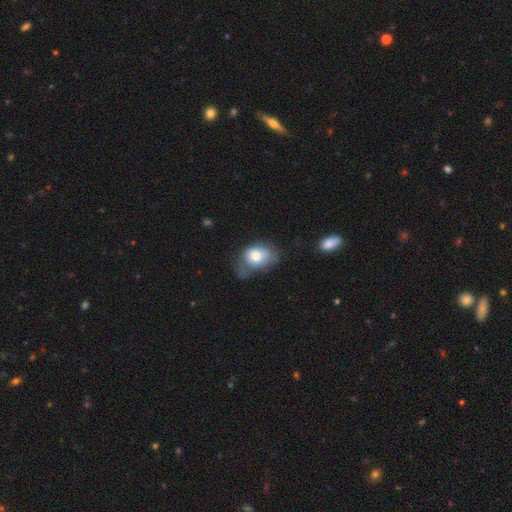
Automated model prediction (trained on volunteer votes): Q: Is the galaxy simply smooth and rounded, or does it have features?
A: smooth — 73%.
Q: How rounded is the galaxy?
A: in between — 65%.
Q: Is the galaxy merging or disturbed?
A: minor disturbance — 35%.